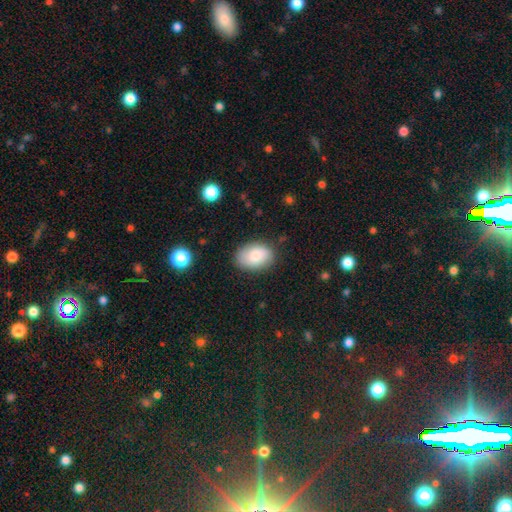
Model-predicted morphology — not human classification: Smooth or featured? smooth (80%)
How rounded? in between (82%)
Merging? none (82%)